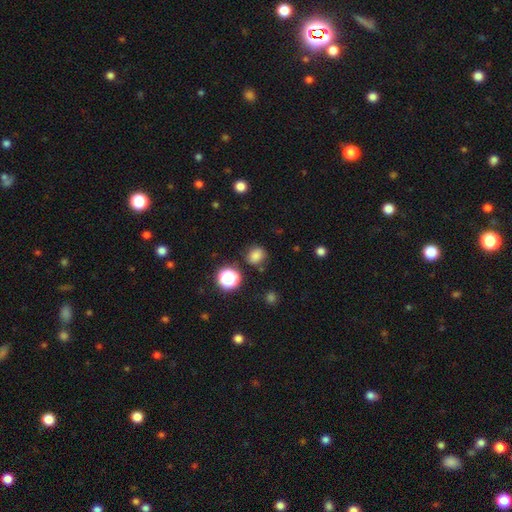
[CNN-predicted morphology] A smooth galaxy with no disk features (78%) that is round (71%).

Vote fractions:
- Smooth or featured? smooth: 78% / star or artifact: 17% / featured or disk: 5%
- How rounded? round: 71% / in between: 28% / cigar-shaped: 1%
- Merging? none: 80% / minor disturbance: 13% / major disturbance: 4% / merger: 4%